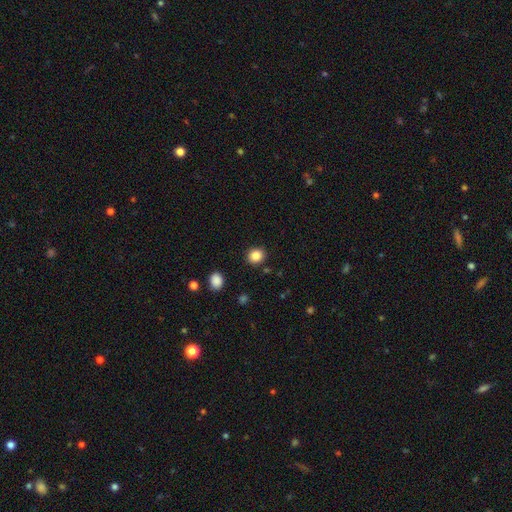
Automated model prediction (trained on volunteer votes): Smooth or featured? Predicted: smooth (p=0.86). How rounded? Predicted: round (p=0.80). Merging? Predicted: none (p=0.89).